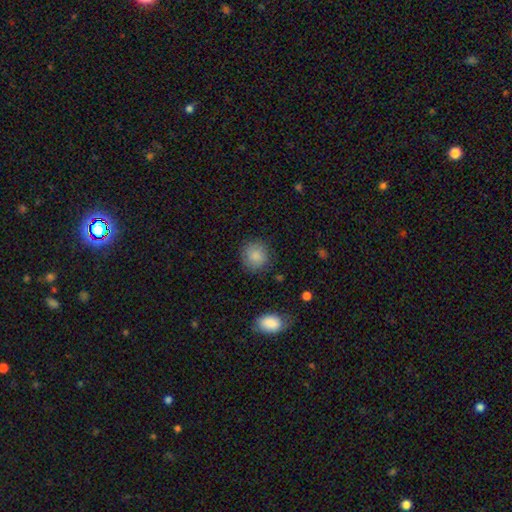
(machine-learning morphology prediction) The model was most divided on "merging": none: 84%, minor disturbance: 11%, major disturbance: 3%, merger: 2%. More confident: how rounded — round (88%); smooth or featured — smooth (86%).